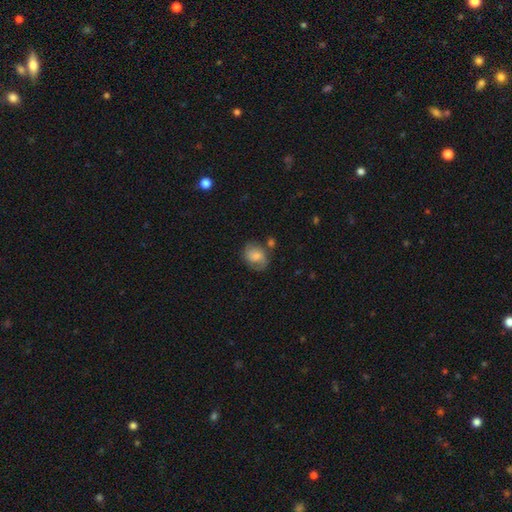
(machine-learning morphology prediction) This appears to be a featured or disk galaxy (50%). Merging: none (63%).